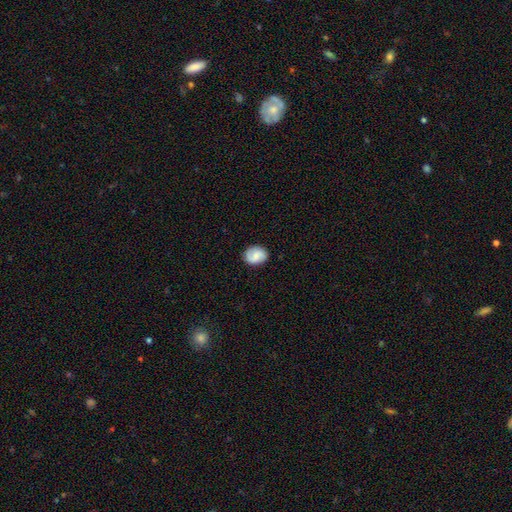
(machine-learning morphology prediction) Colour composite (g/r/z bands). It shows a smooth galaxy with no disk features (47%). Merging: none (83%).